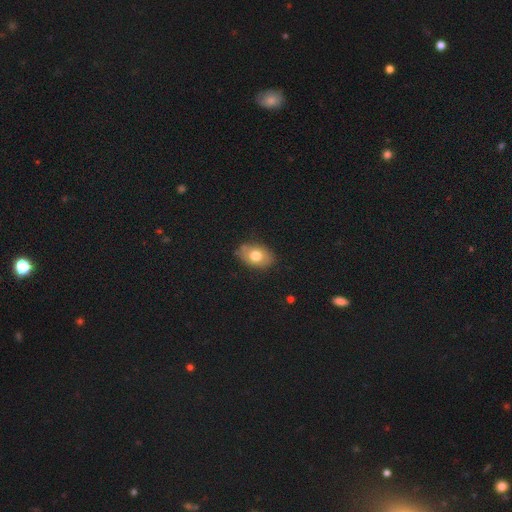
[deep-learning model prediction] A smooth galaxy with no disk features (74%) that is in between round and cigar-shaped (83%). Merging: none (80%).